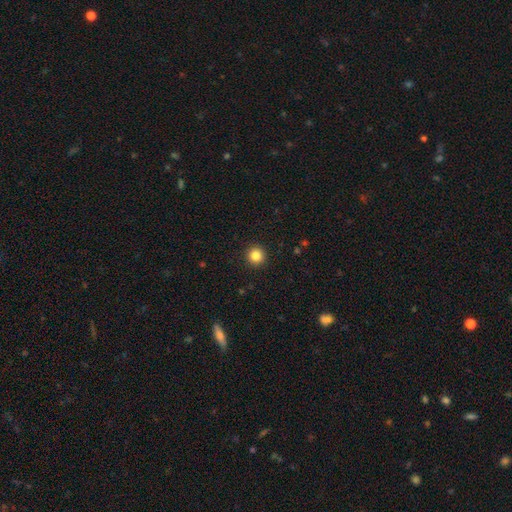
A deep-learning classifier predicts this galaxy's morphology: The model was most divided on "smooth or featured": smooth: 84%, star or artifact: 11%, featured or disk: 5%. More confident: how rounded — round (95%); merging — none (93%).